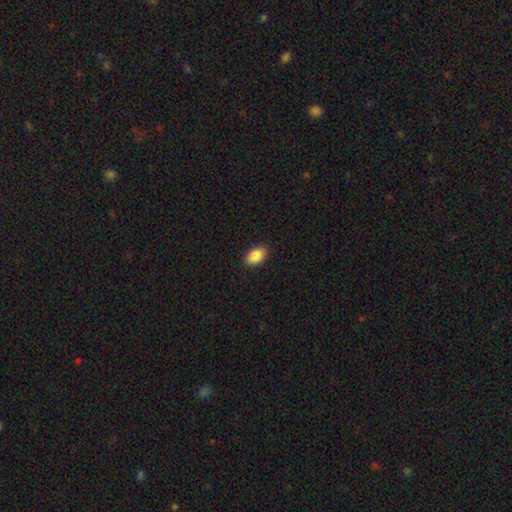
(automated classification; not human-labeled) smooth-or-featured: smooth: 89% | star or artifact: 7% | featured or disk: 4%
  how-rounded: in between: 93% | round: 6% | cigar-shaped: 2%
  merging: none: 90% | minor disturbance: 7% | major disturbance: 2% | merger: 1%